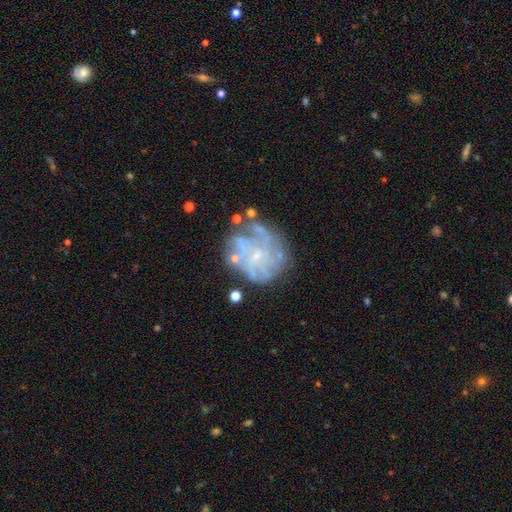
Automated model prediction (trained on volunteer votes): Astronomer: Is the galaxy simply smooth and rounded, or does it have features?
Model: featured or disk — 70%.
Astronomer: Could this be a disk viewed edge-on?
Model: no — 98%.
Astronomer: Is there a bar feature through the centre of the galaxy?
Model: no — 72%.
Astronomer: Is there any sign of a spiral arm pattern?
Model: yes — 68%.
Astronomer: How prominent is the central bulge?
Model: small — 68%.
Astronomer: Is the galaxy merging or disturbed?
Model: none — 60%.